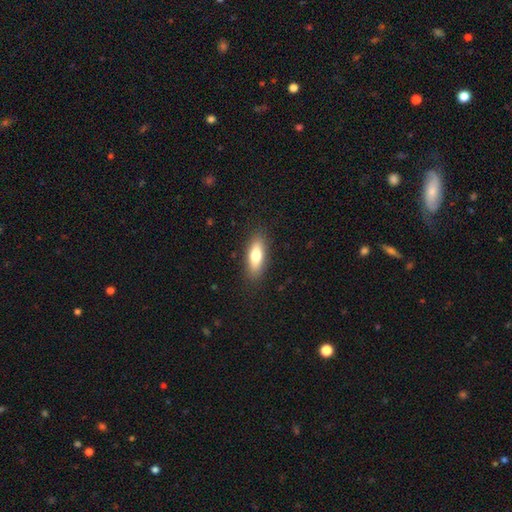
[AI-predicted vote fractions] Smooth or featured? Predicted: smooth (p=0.75). How rounded? Predicted: in between (p=0.63). Merging? Predicted: none (p=0.87).